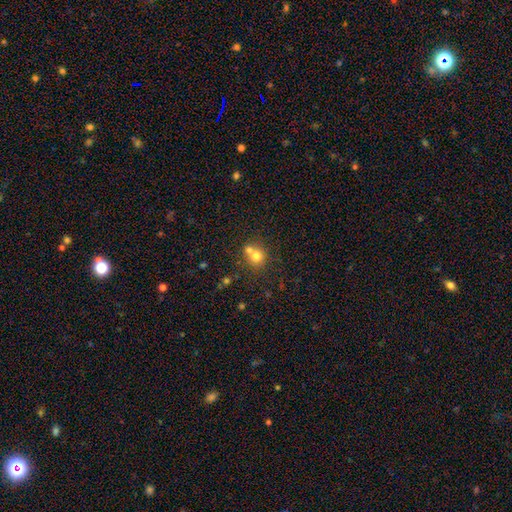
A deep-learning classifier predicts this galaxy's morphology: type=smooth (72%); roundness=round (82%); merging=merger (48%).